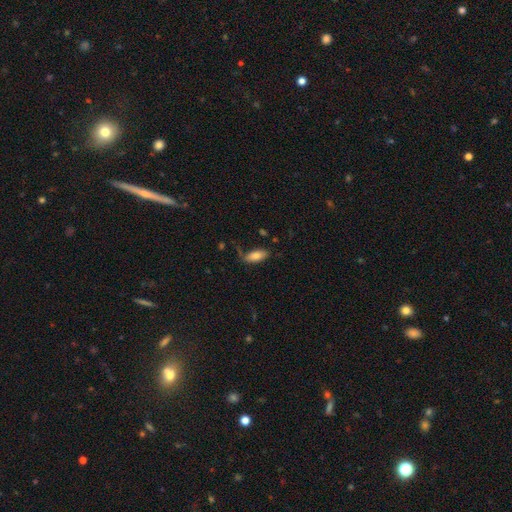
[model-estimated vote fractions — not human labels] Smooth or featured? smooth (79%)
How rounded? in between (83%)
Merging? none (69%)